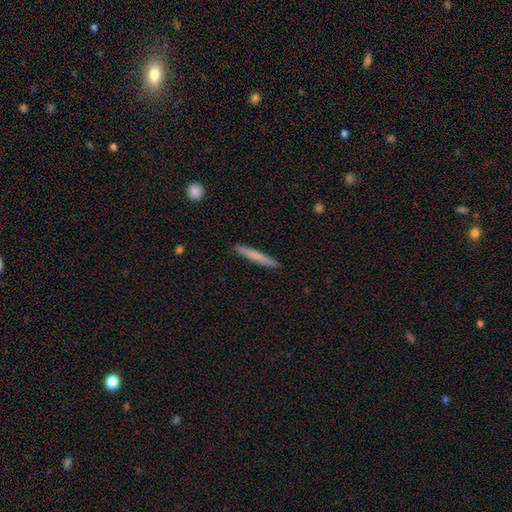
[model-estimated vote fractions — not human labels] A smooth galaxy with no disk features (72%) that is cigar-shaped (96%).

Vote fractions:
- Smooth or featured? smooth: 72% / featured or disk: 23% / star or artifact: 6%
- How rounded? cigar-shaped: 96% / in between: 3% / round: 1%
- Merging? none: 90% / minor disturbance: 7% / major disturbance: 1% / merger: 1%